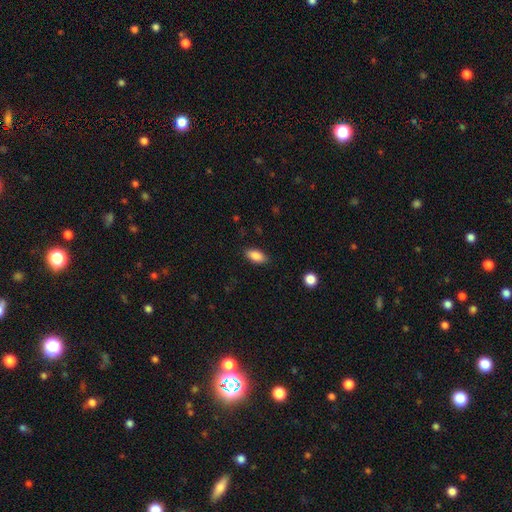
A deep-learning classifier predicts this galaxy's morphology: A smooth galaxy with no disk features (86%) that is in between round and cigar-shaped (88%). Merging: none (86%).